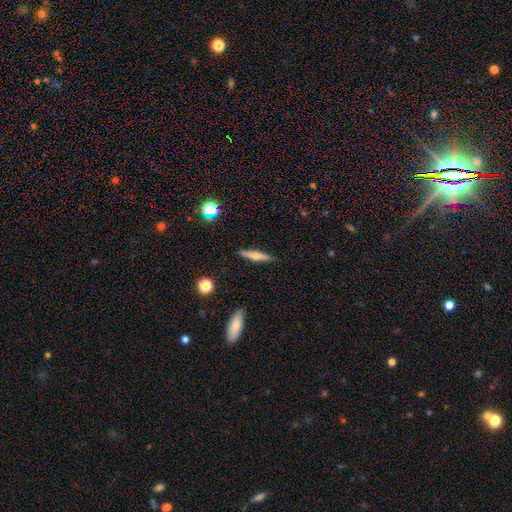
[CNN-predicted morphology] type=smooth (49%); merging=none (88%).